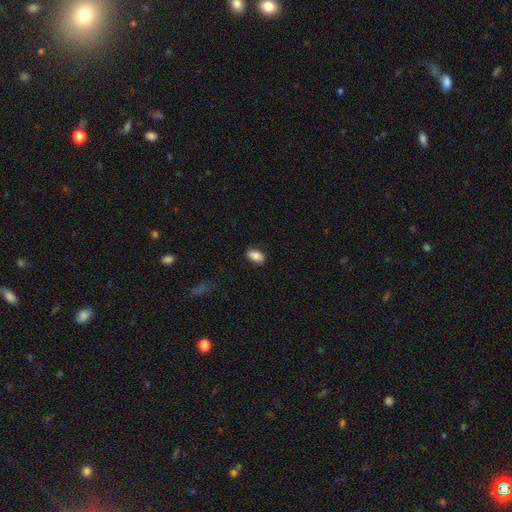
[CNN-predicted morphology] smooth-or-featured: smooth: 82% | featured or disk: 11% | star or artifact: 7%
  how-rounded: in between: 92% | round: 6% | cigar-shaped: 2%
  merging: none: 85% | minor disturbance: 12% | major disturbance: 2% | merger: 1%